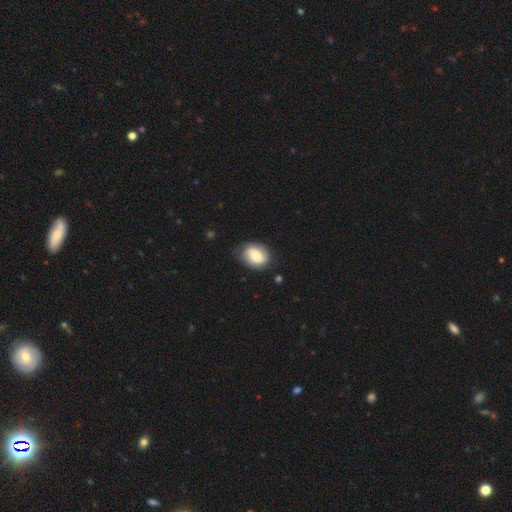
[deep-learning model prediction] Q: Smooth or featured?
A: smooth (70%); runner-up: featured or disk (23%)
Q: How rounded?
A: in between (65%); runner-up: round (34%)
Q: Merging?
A: none (76%); runner-up: minor disturbance (19%)